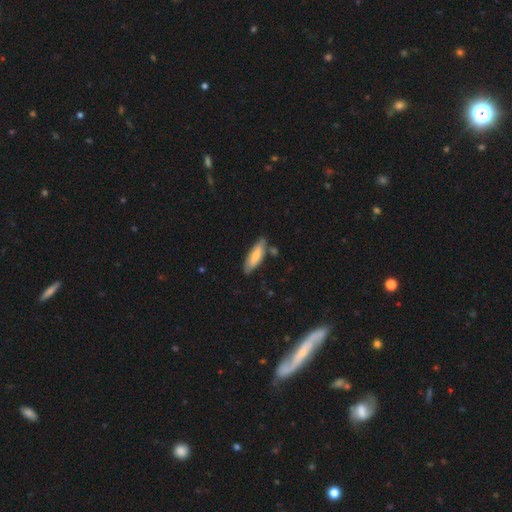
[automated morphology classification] Overall: smooth (71%). How rounded: in between (50%; cigar-shaped 48%). Merging: none (73%).